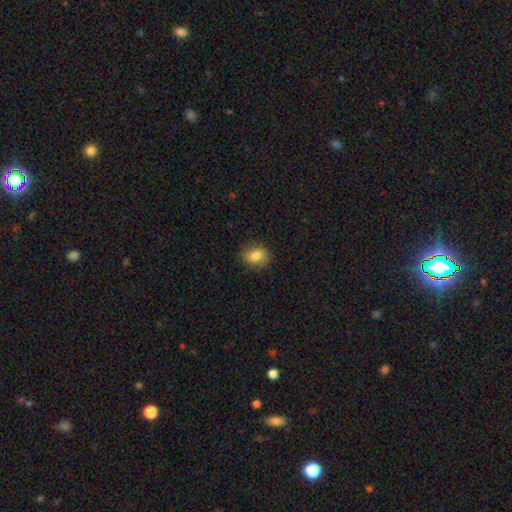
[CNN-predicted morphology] Smooth or featured? smooth (83%)
How rounded? round (50%)
Merging? none (83%)